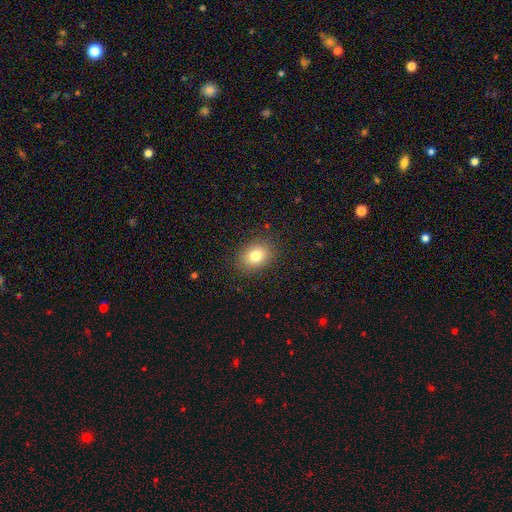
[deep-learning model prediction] Morphology: type=smooth (80%); roundness=in between (53%); merging=none (88%).